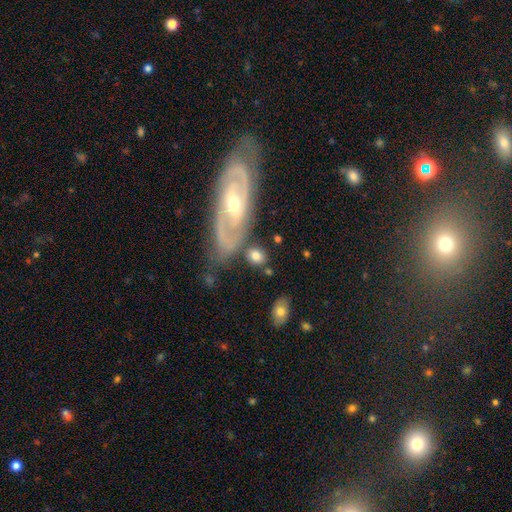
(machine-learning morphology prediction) Q: Smooth or featured?
A: smooth (73%); runner-up: featured or disk (20%)
Q: How rounded?
A: in between (50%); runner-up: round (47%)
Q: Merging?
A: none (66%); runner-up: minor disturbance (14%)